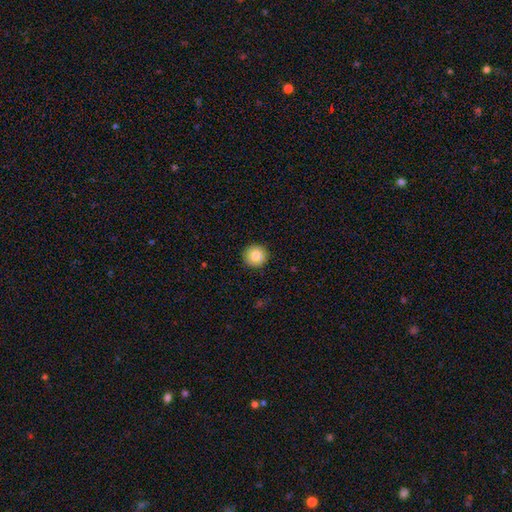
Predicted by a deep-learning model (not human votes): The model was most divided on "smooth or featured": smooth: 84%, star or artifact: 9%, featured or disk: 7%. More confident: how rounded — round (95%); merging — none (93%).